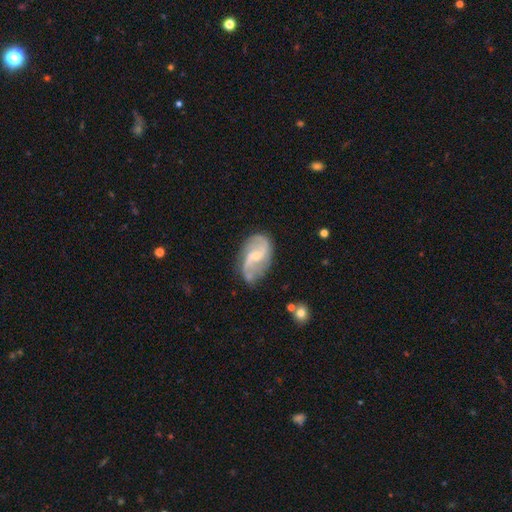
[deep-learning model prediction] This appears to be a featured or disk galaxy (84%) with a weak bar (49%), 2 (80%) loose (50%) spiral arms (95%) and a small central bulge (66%). Merging: none (64%).